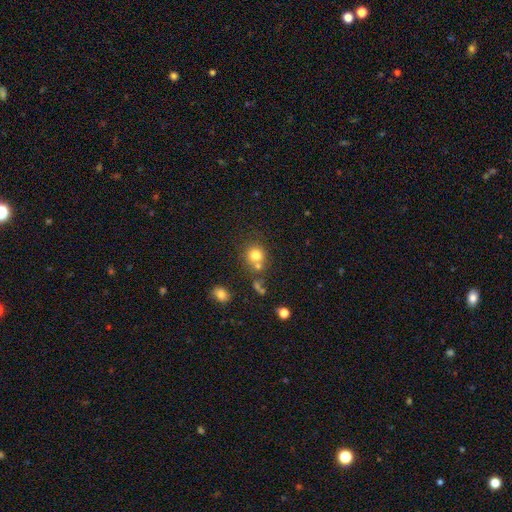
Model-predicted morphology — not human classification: smooth_or_featured: smooth (p=0.77) [alt: star or artifact p=0.13]
how_rounded: round (p=0.84) [alt: in between p=0.15]
merging: none (p=0.56) [alt: merger p=0.27]